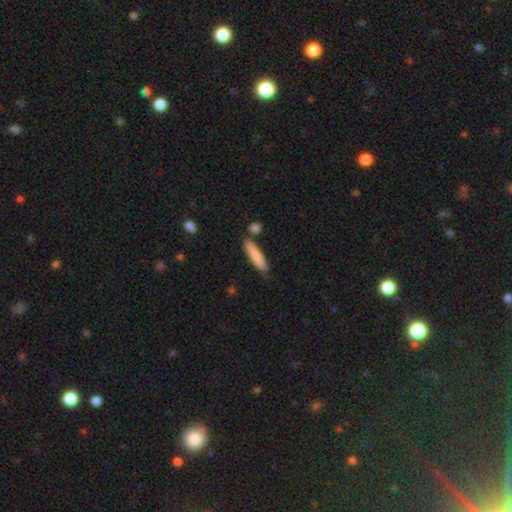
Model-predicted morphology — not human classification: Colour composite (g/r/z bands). It shows a smooth galaxy with no disk features (82%) that is cigar-shaped (81%). Merging: none (74%).